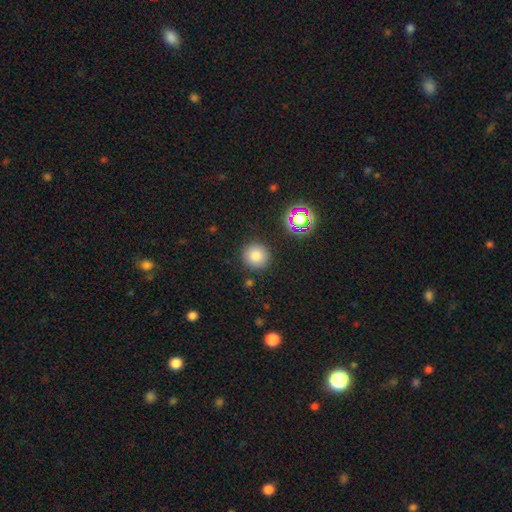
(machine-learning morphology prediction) Q: Smooth or featured?
A: smooth (79%); runner-up: star or artifact (14%)
Q: How rounded?
A: round (94%); runner-up: in between (5%)
Q: Merging?
A: none (89%); runner-up: minor disturbance (7%)